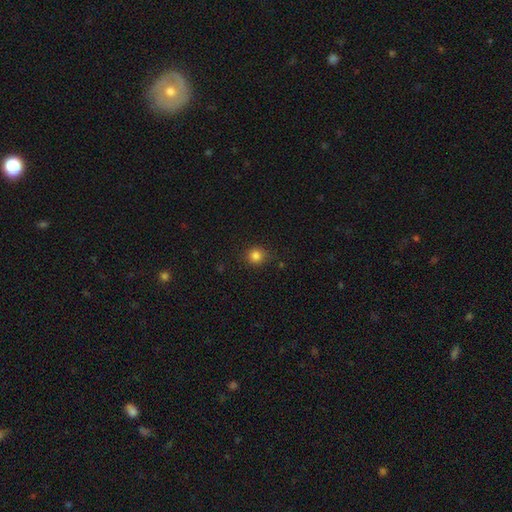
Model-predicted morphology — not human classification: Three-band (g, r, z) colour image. It shows a smooth galaxy with no disk features (83%) that is round (89%). Merging: none (83%).